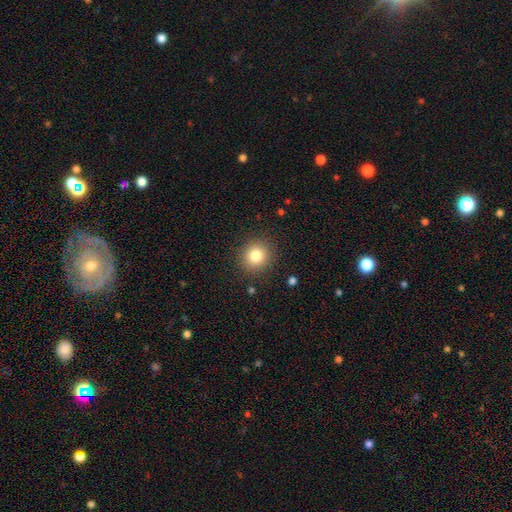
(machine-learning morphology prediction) This appears to be a smooth galaxy with no disk features (80%) that is round (89%). Merging: none (89%).